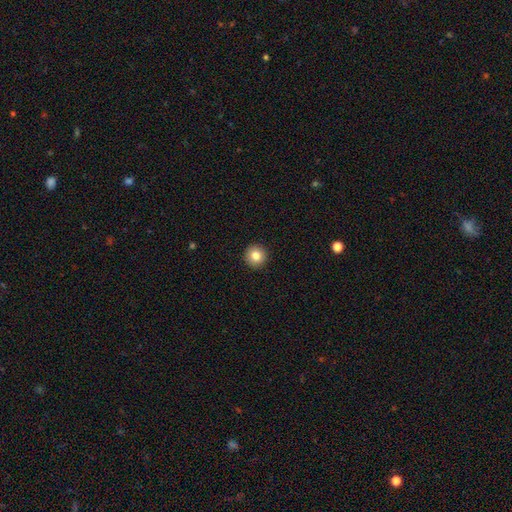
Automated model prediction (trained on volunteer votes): A smooth galaxy with no disk features (82%) that is round (96%). Merging: none (94%).